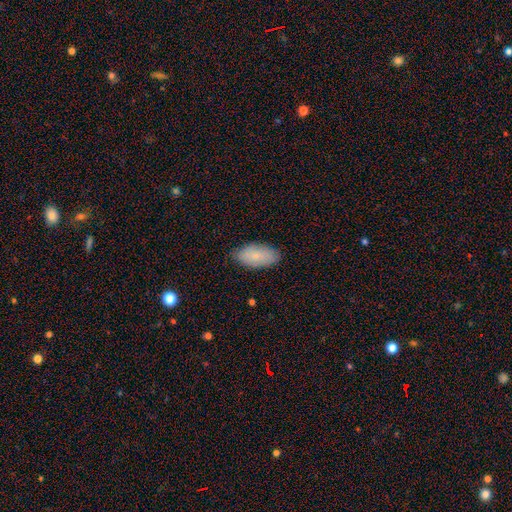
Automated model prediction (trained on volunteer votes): Overall: smooth (81%). How rounded: in between (92%). Merging: none (82%).